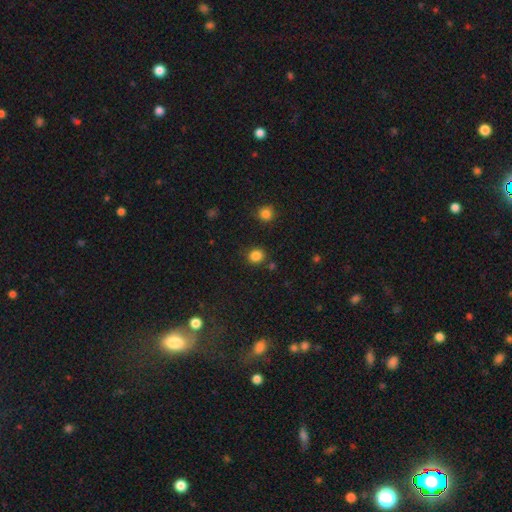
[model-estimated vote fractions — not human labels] Q: Smooth or featured?
A: smooth (83%); runner-up: star or artifact (13%)
Q: How rounded?
A: round (81%); runner-up: in between (18%)
Q: Merging?
A: none (83%); runner-up: minor disturbance (9%)